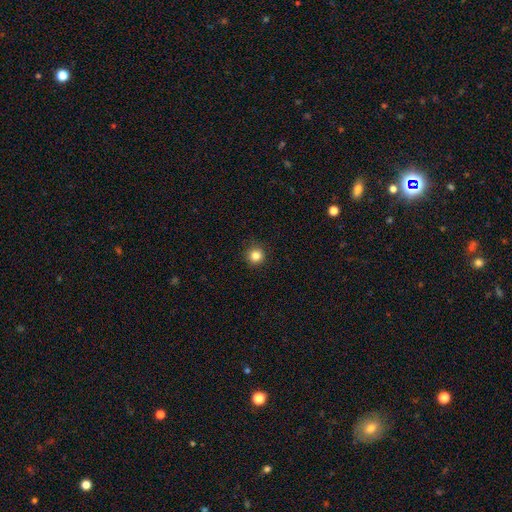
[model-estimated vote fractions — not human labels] Morphology: type=smooth (84%); roundness=round (95%); merging=none (91%).